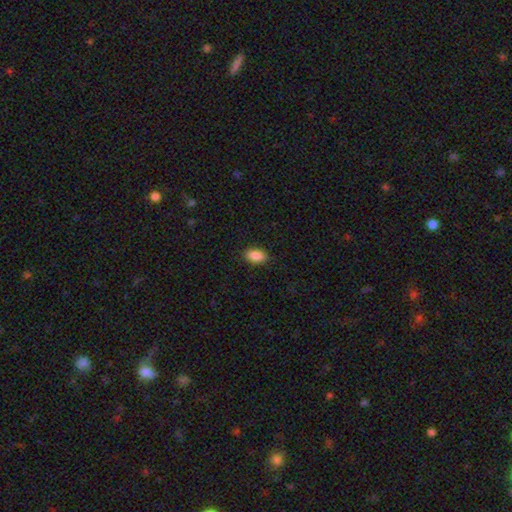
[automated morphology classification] Smooth or featured? smooth (88%)
How rounded? in between (91%)
Merging? none (88%)